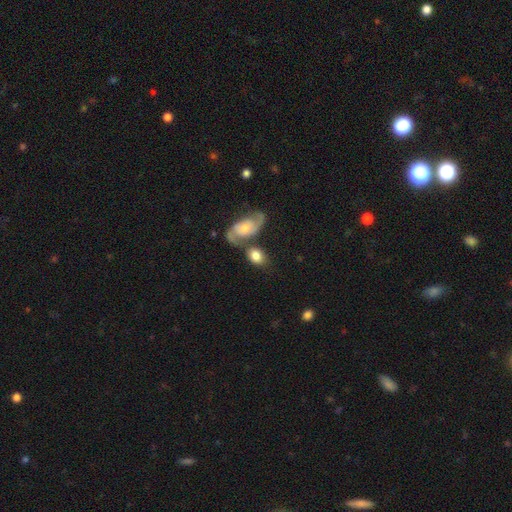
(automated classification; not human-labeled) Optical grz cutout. It shows a smooth galaxy with no disk features (63%) that is in between round and cigar-shaped (68%). Merging: none (45%).